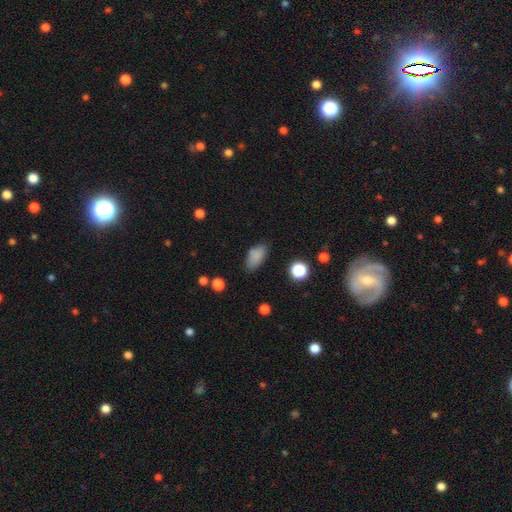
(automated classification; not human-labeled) Smooth or featured: smooth — 85% (star or artifact — 10%)
How rounded: in between — 91% (round — 5%)
Merging: none — 77% (minor disturbance — 17%)